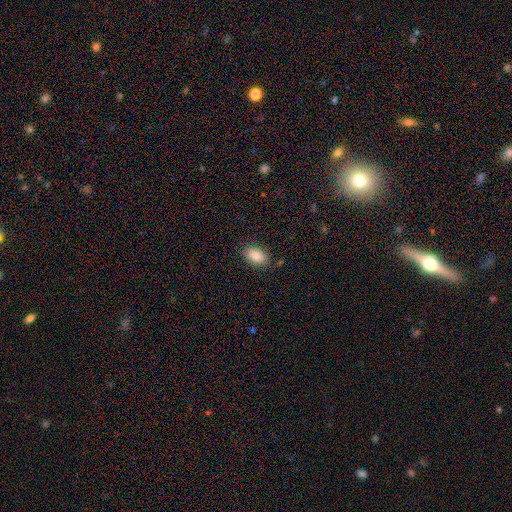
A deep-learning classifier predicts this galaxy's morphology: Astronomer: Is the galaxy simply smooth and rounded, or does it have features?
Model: smooth — 85%.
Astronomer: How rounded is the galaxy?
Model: in between — 90%.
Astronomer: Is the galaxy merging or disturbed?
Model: none — 84%.